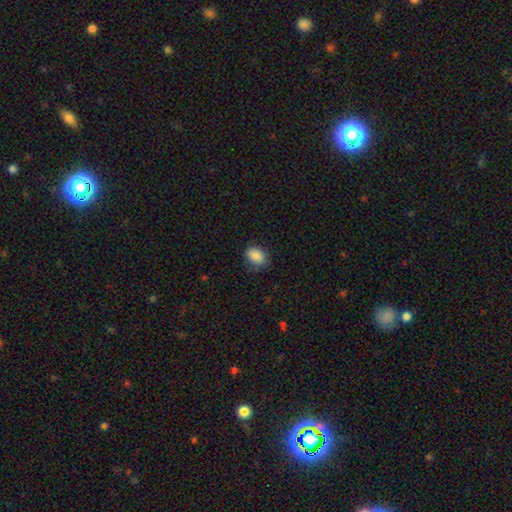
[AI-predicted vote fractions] Overall: smooth (87%). How rounded: in between (74%). Merging: none (76%).